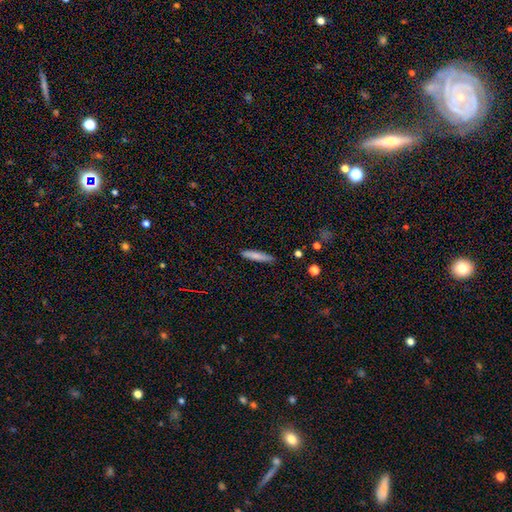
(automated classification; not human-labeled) A smooth galaxy with no disk features (78%) that is cigar-shaped (89%). Merging: none (88%).